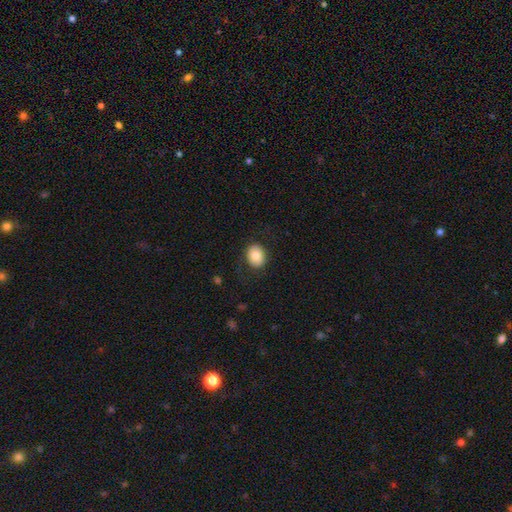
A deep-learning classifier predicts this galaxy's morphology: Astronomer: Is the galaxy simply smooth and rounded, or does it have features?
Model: smooth — 80%.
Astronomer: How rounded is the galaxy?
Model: round — 50% (runner-up: in between, 49%).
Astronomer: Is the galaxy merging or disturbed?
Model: none — 81%.